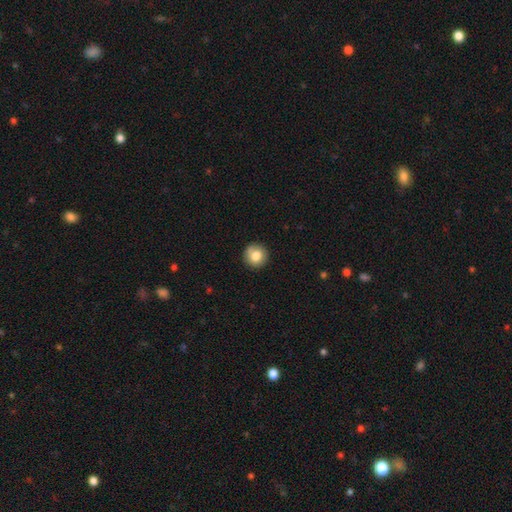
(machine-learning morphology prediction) Smooth or featured? Predicted: smooth (p=0.80). How rounded? Predicted: round (p=0.94). Merging? Predicted: none (p=0.87).